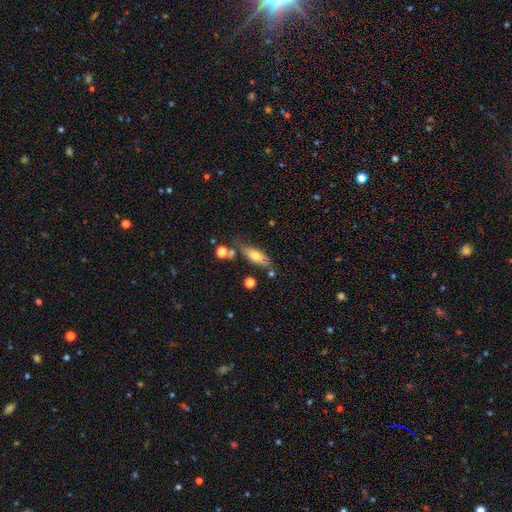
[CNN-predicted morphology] This appears to be a smooth galaxy with no disk features (64%) that is in between round and cigar-shaped (57%). Merging: none (63%).